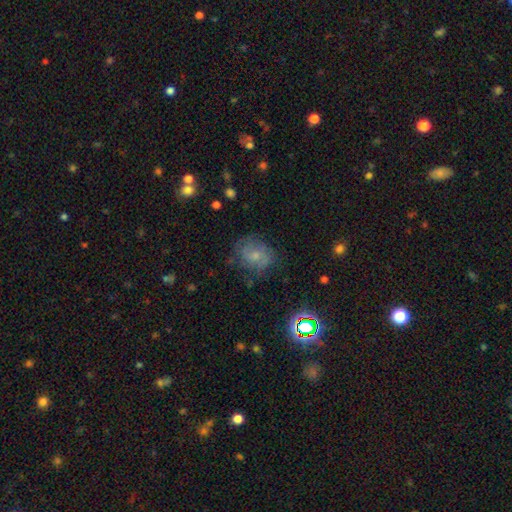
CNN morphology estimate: Overall: smooth (47%; featured or disk 38%). Merging: none (64%).